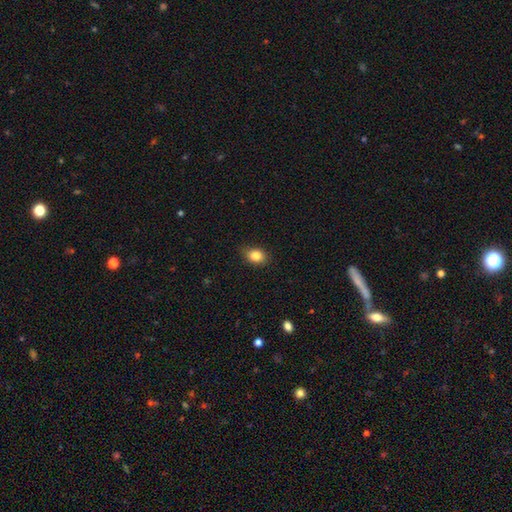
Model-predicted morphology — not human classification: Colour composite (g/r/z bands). It shows a smooth galaxy with no disk features (84%) that is in between round and cigar-shaped (67%). Merging: none (82%).